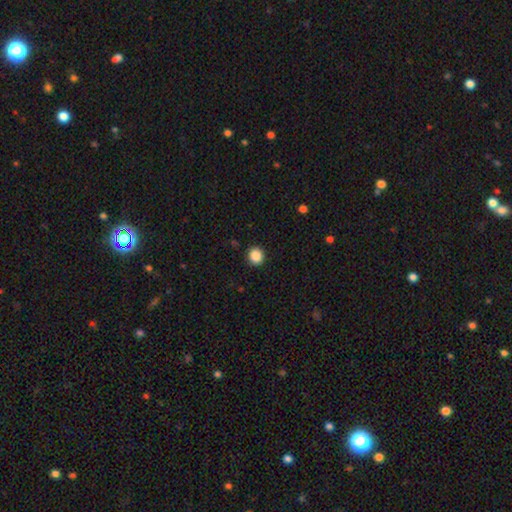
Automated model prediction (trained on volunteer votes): smooth 88%, star or artifact 10%, featured or disk 2%. Down the decision tree: how rounded — round (88%); merging — none (91%).